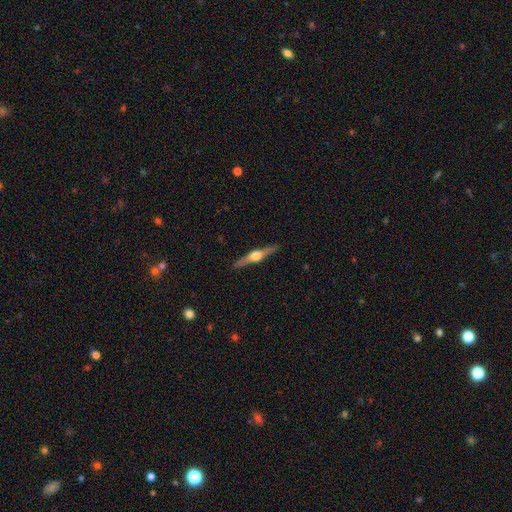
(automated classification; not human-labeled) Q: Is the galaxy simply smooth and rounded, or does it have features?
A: featured or disk — 78%.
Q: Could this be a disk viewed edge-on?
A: yes — 98%.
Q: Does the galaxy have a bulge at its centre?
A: rounded — 95%.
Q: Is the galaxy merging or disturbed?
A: none — 91%.